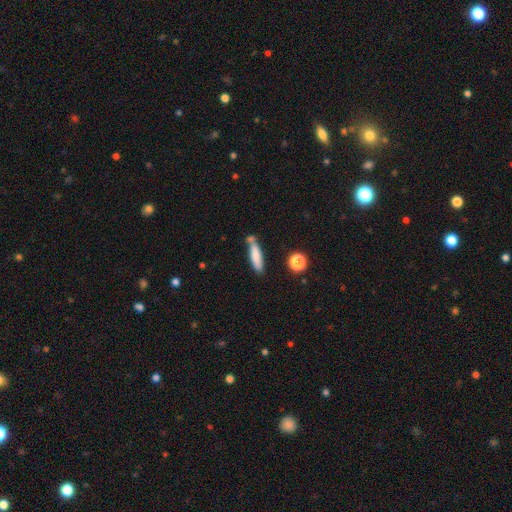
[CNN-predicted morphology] The model was most divided on "merging": none: 59%, merger: 19%, minor disturbance: 17%, major disturbance: 5%. More confident: smooth or featured — smooth (77%); how rounded — cigar-shaped (75%).